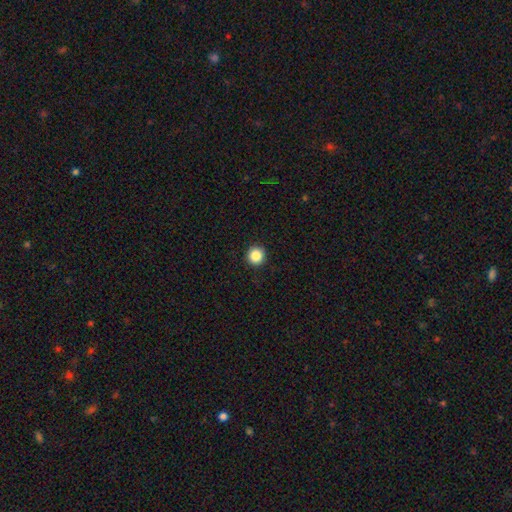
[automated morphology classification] A smooth galaxy with no disk features (87%) that is round (95%). Merging: none (93%).